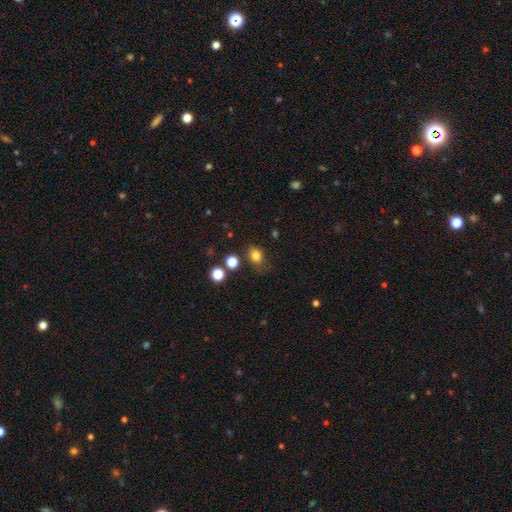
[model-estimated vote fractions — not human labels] Overall: smooth (80%). How rounded: in between (52%; round 47%). Merging: none (71%).